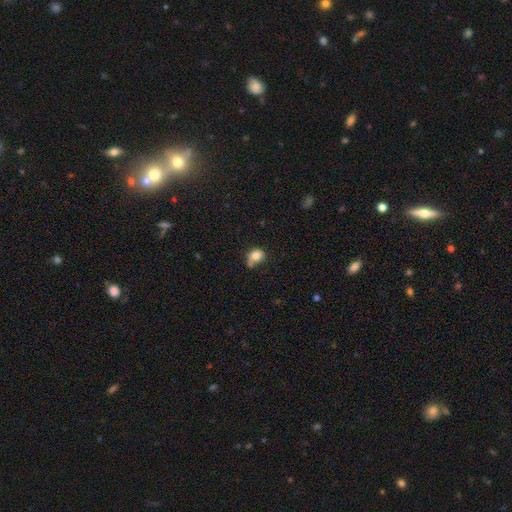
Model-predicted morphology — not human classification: This is clearly a smooth galaxy (80%). How rounded: possibly round (56%). Merging: possibly none (46%).